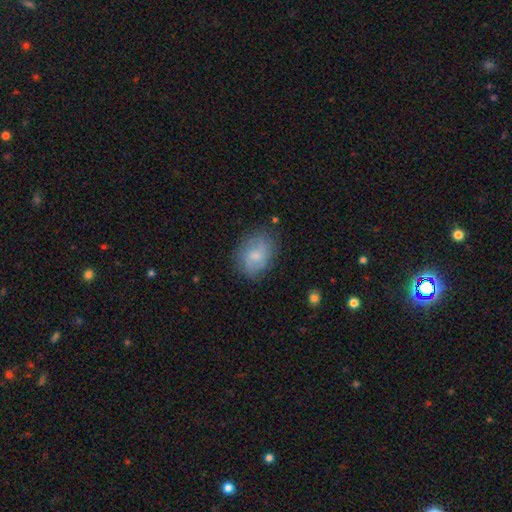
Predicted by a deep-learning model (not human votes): A smooth galaxy with no disk features (56%) that is in between round and cigar-shaped (69%).

Vote fractions:
- Smooth or featured? smooth: 56% / featured or disk: 36% / star or artifact: 8%
- How rounded? in between: 69% / round: 30% / cigar-shaped: 1%
- Merging? none: 71% / minor disturbance: 21% / major disturbance: 7% / merger: 2%